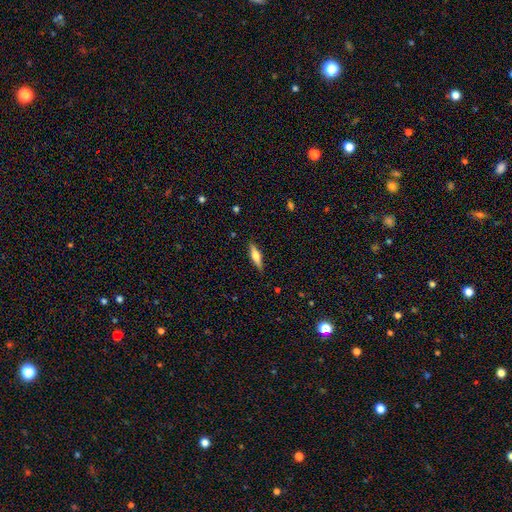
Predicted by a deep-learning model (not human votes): smooth 53%, featured or disk 41%, star or artifact 6%. Down the decision tree: how rounded — cigar-shaped (66%); merging — none (87%).